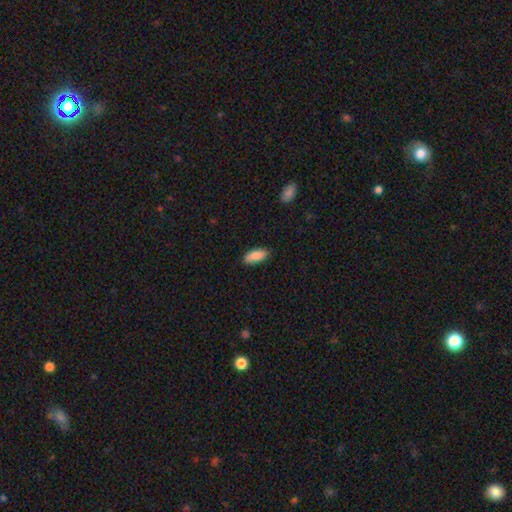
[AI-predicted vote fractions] Morphology: type=smooth (88%); roundness=in between (83%); merging=none (85%).